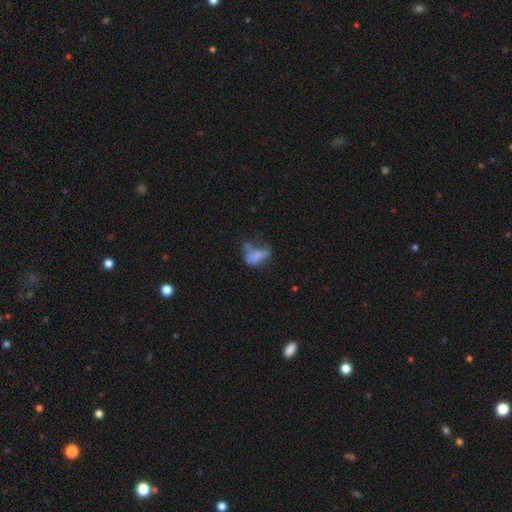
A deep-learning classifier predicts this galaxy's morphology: The model was most divided on "merging": major disturbance: 34%, none: 27%, minor disturbance: 21%, merger: 18%. Remaining: smooth or featured — smooth (50%).